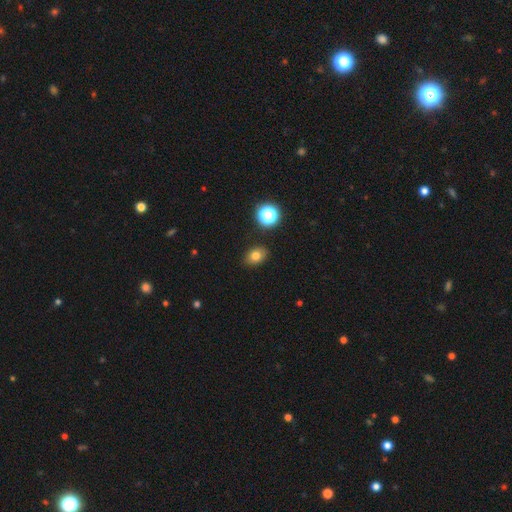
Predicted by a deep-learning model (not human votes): Morphology: type=smooth (77%); roundness=in between (63%); merging=none (87%).